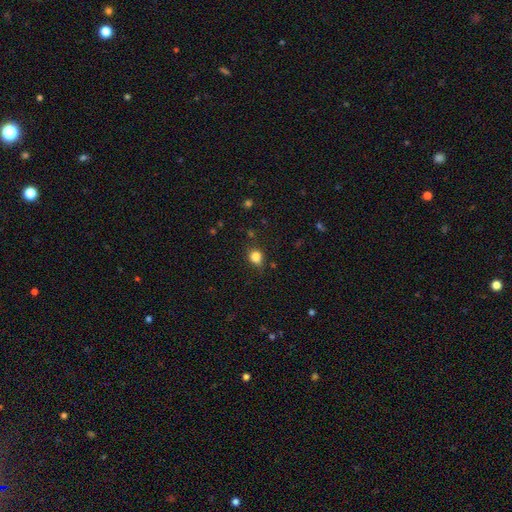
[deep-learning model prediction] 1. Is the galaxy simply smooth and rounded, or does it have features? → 83% smooth, 11% star or artifact, 6% featured or disk.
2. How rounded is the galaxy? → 59% round, 39% in between, 1% cigar-shaped.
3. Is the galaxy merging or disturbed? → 71% none, 22% minor disturbance, 5% major disturbance, 2% merger.